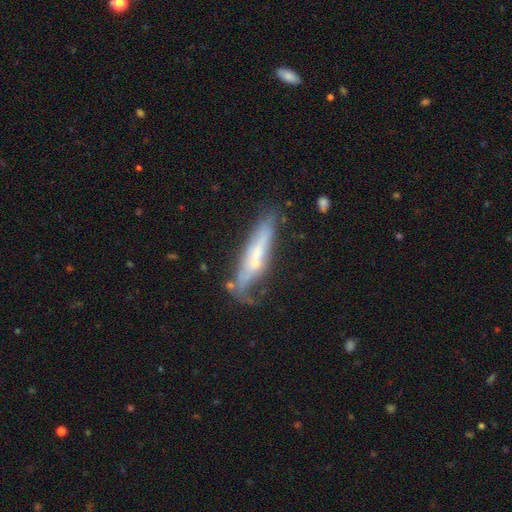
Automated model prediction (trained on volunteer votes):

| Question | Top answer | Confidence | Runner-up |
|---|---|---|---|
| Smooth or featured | featured or disk | 56% | smooth (36%) |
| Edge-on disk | yes | 62% | no (38%) |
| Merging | none | 50% | minor disturbance (27%) |